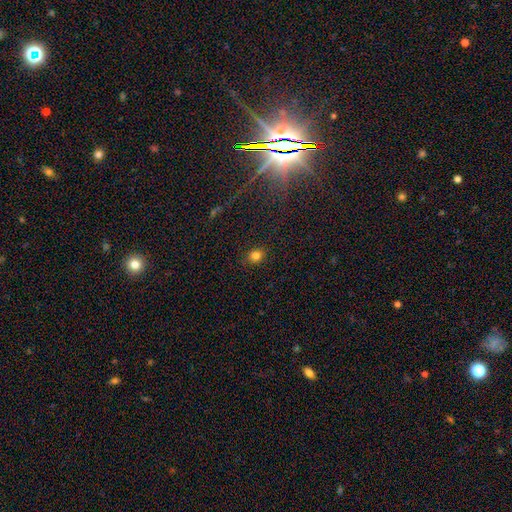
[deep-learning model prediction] Q: Smooth or featured?
A: smooth (81%); runner-up: star or artifact (13%)
Q: How rounded?
A: round (72%); runner-up: in between (27%)
Q: Merging?
A: none (88%); runner-up: minor disturbance (8%)